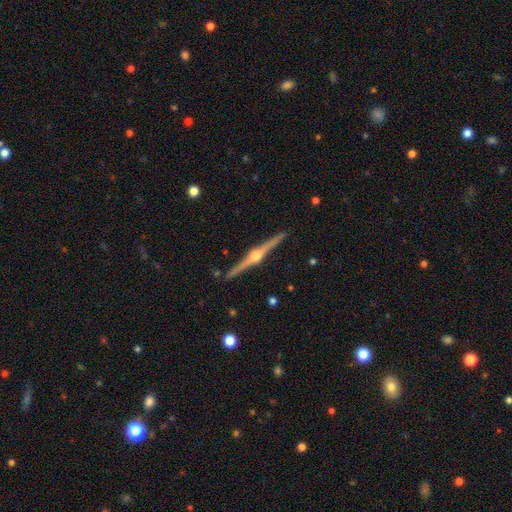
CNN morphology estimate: type=featured or disk (88%); edge-on=yes (99%); edge-on bulge=rounded (95%); merging=none (92%).